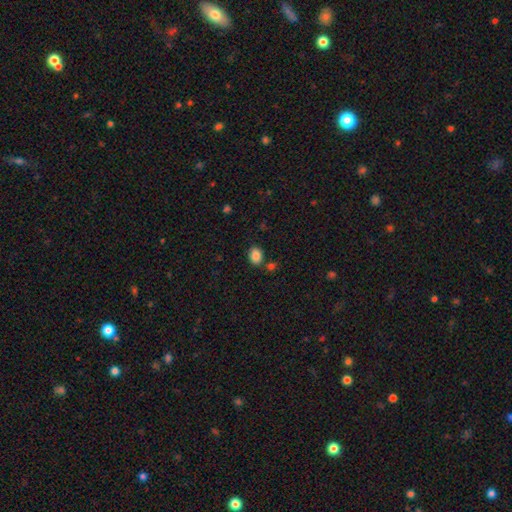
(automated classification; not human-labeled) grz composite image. It shows a smooth galaxy with no disk features (86%) that is in between round and cigar-shaped (69%). Merging: none (76%).